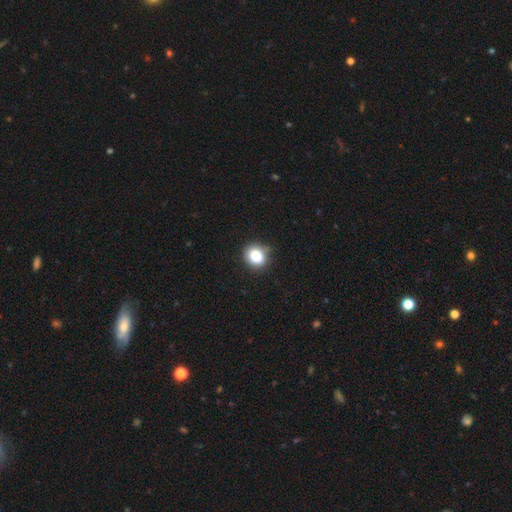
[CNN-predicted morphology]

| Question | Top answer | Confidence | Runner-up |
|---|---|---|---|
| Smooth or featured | smooth | 84% | star or artifact (11%) |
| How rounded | round | 73% | in between (26%) |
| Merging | none | 78% | minor disturbance (17%) |